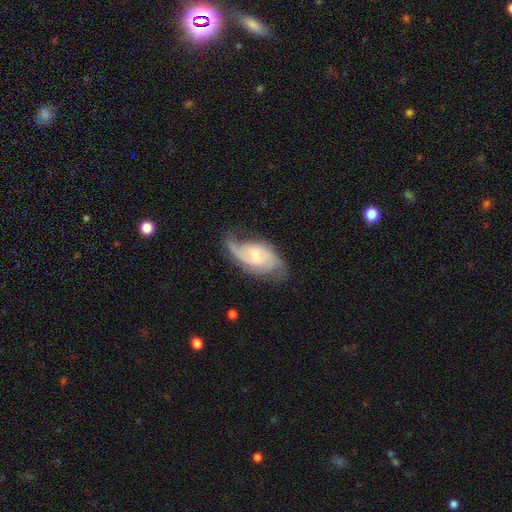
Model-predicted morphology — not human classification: A featured or disk galaxy (81%) with no bar (51%), 2 (69%) medium (46%) spiral arms (95%) and a small central bulge (60%).

Vote fractions:
- Smooth or featured? featured or disk: 81% / smooth: 14% / star or artifact: 5%
- Edge-on disk? no: 95% / yes: 5%
- Bar? no: 51% / weak: 41% / strong: 8%
- Spiral arms? yes: 95% / no: 5%
- Spiral winding? medium: 46% / loose: 30% / tight: 25%
- Spiral arm count? 2: 69% / can't tell: 13% / 3: 8% / 1: 6% / 4: 2% / more than 4: 2%
- Bulge size? small: 60% / moderate: 33% / none: 3% / large: 2% / dominant: 1%
- Merging? none: 61% / minor disturbance: 24% / major disturbance: 14% / merger: 2%